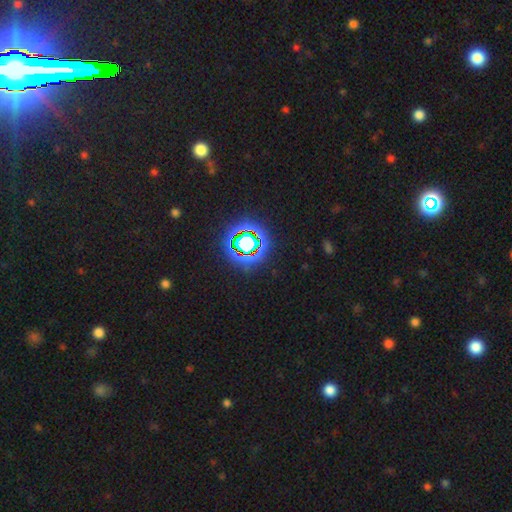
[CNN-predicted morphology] smooth_or_featured: star or artifact (p=0.79) [alt: smooth p=0.13]